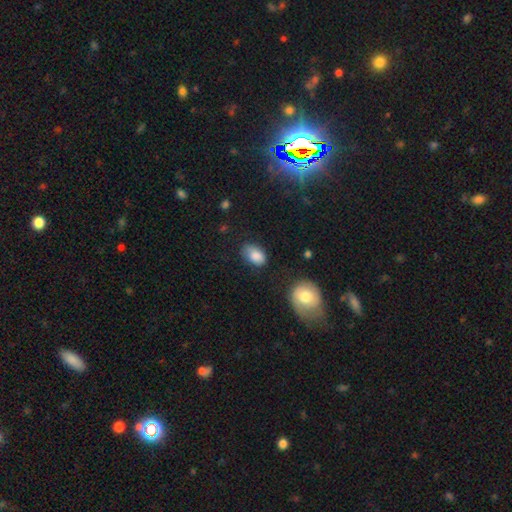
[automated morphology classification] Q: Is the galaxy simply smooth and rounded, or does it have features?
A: smooth — 84%.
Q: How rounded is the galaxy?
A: in between — 88%.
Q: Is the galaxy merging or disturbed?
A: none — 59%.